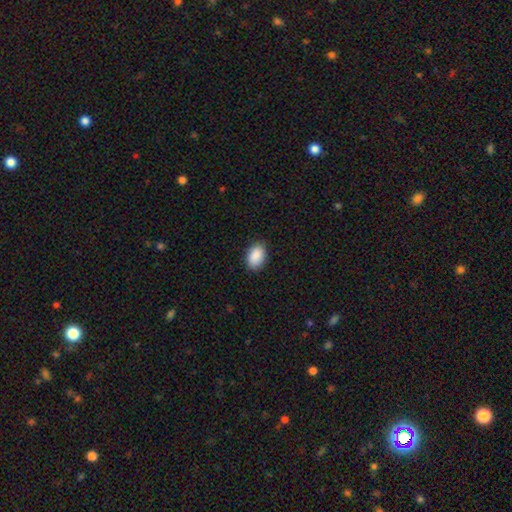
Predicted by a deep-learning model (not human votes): smooth_or_featured: smooth (p=0.90) [alt: star or artifact p=0.06]
how_rounded: in between (p=0.89) [alt: round p=0.10]
merging: none (p=0.87) [alt: minor disturbance p=0.10]